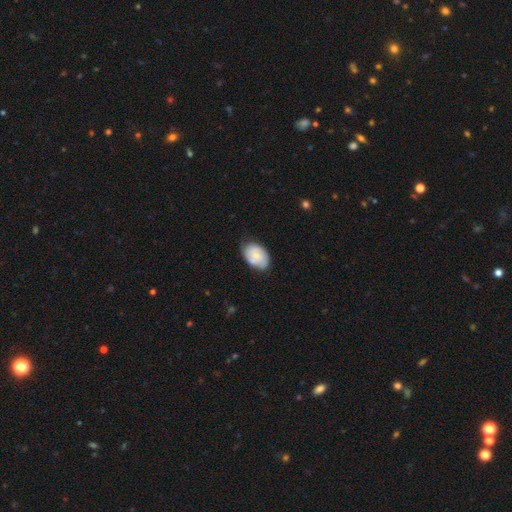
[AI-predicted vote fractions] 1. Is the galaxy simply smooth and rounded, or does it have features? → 56% smooth, 38% featured or disk, 7% star or artifact.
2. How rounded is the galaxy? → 87% in between, 12% round, 1% cigar-shaped.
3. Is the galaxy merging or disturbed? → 65% none, 26% minor disturbance, 5% major disturbance, 4% merger.